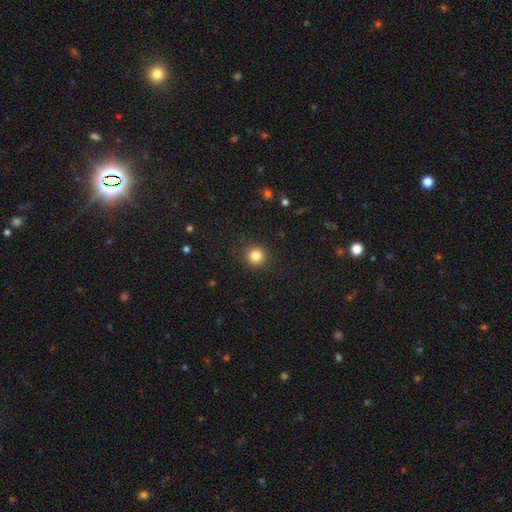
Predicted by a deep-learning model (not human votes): Smooth or featured?
  - smooth: 84% *
  - star or artifact: 11%
  - featured or disk: 5%
How rounded?
  - round: 93% *
  - in between: 6%
  - cigar-shaped: 1%
Merging?
  - none: 91% *
  - minor disturbance: 6%
  - major disturbance: 2%
  - merger: 1%